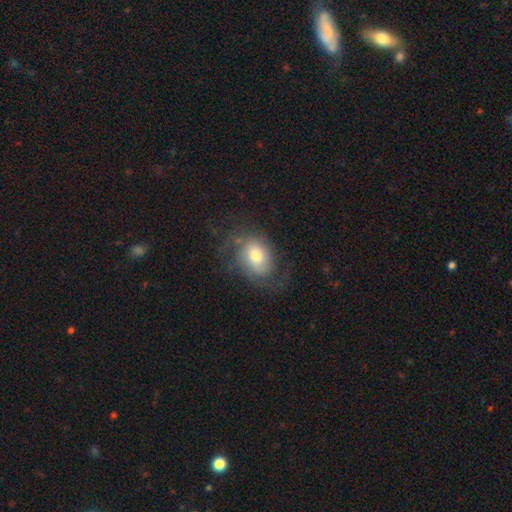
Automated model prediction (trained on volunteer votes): smooth_or_featured: smooth (p=0.47) [alt: featured or disk p=0.44]
merging: none (p=0.59) [alt: minor disturbance p=0.21]